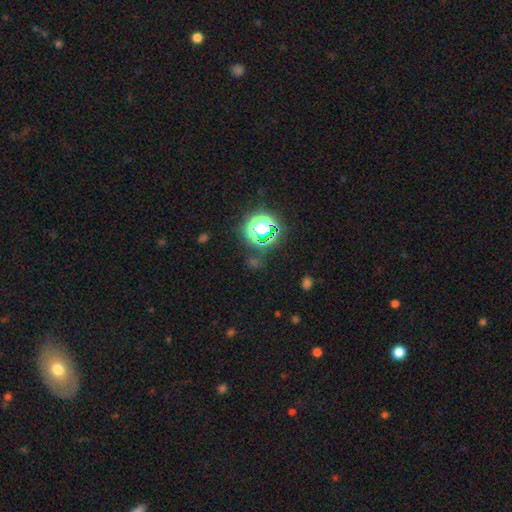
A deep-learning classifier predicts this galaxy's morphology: A star or artifact, not a galaxy (77%).

Vote fractions:
- Smooth or featured? star or artifact: 77% / smooth: 17% / featured or disk: 6%